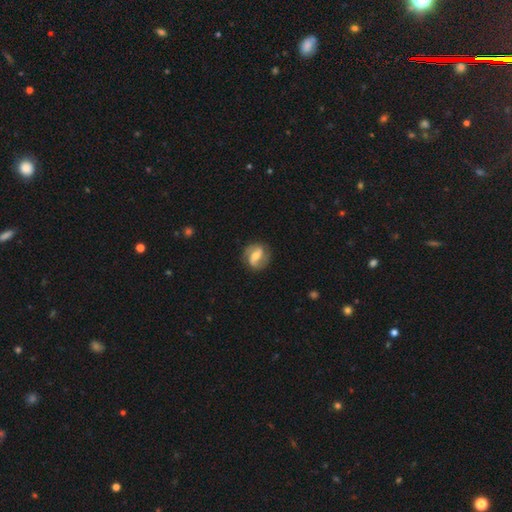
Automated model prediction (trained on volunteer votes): smooth-or-featured: featured or disk: 71% | smooth: 23% | star or artifact: 6%
  disk-edge-on: no: 96% | yes: 4%
    bar: strong: 41% | weak: 39% | no: 20%
    has-spiral-arms: yes: 87% | no: 13%
      spiral-winding: medium: 43% | loose: 31% | tight: 26%
      spiral-arm-count: 2: 87% | can't tell: 6% | 1: 3% | 3: 1% | 4: 1% | more than 4: 1%
    bulge-size: moderate: 57% | small: 34% | large: 5% | none: 2% | dominant: 1%
  merging: none: 82% | minor disturbance: 13% | major disturbance: 4% | merger: 1%